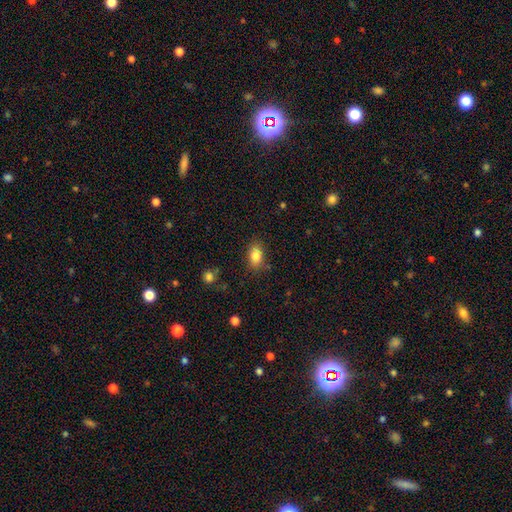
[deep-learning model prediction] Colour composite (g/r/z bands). It shows a smooth galaxy with no disk features (85%) that is in between round and cigar-shaped (87%). Merging: none (82%).